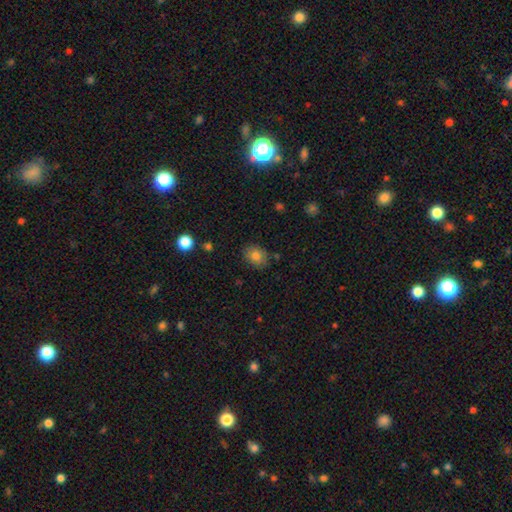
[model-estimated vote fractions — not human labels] smooth_or_featured: smooth (p=0.81) [alt: star or artifact p=0.10]
how_rounded: in between (p=0.53) [alt: round p=0.46]
merging: none (p=0.82) [alt: minor disturbance p=0.13]